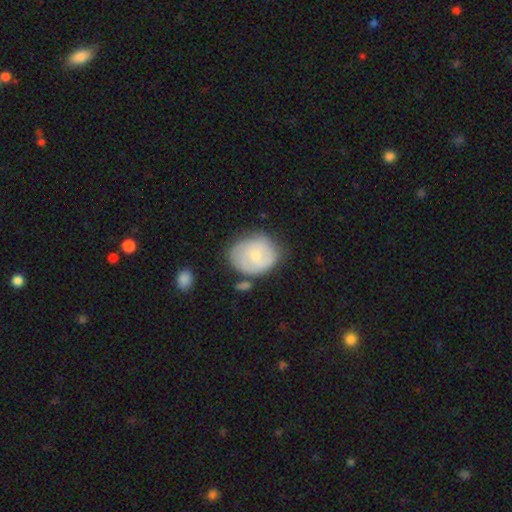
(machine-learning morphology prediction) smooth 48%, featured or disk 46%, star or artifact 6%. Down the decision tree: merging — none (58%).